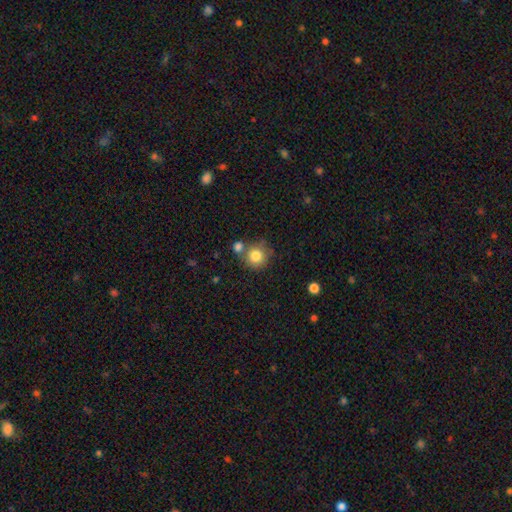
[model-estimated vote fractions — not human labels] Morphology: type=smooth (82%); roundness=round (91%); merging=none (62%).